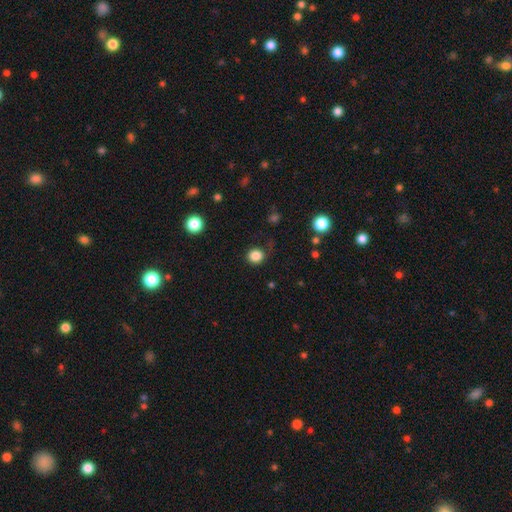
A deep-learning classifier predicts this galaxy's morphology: type=smooth (84%); roundness=round (87%); merging=none (82%).